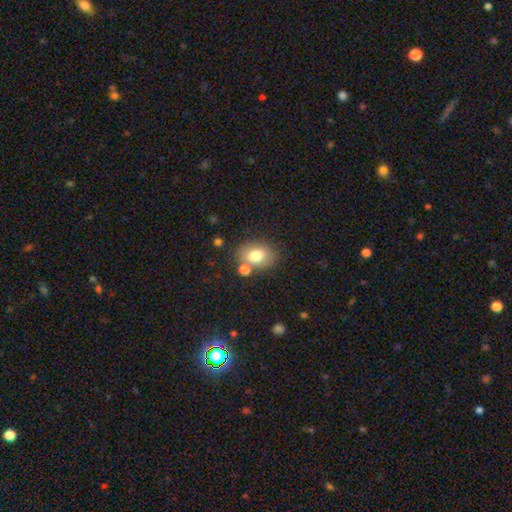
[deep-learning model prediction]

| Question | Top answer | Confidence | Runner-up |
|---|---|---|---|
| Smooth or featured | smooth | 76% | featured or disk (14%) |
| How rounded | in between | 66% | round (33%) |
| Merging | none | 70% | minor disturbance (14%) |